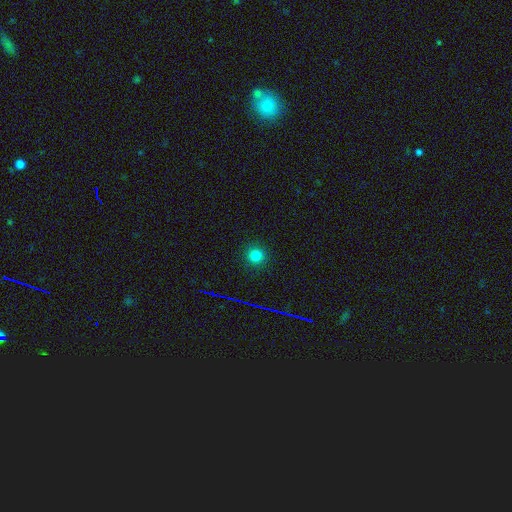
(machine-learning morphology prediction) This appears to be a smooth galaxy with no disk features (78%) that is round (94%). Merging: none (91%).